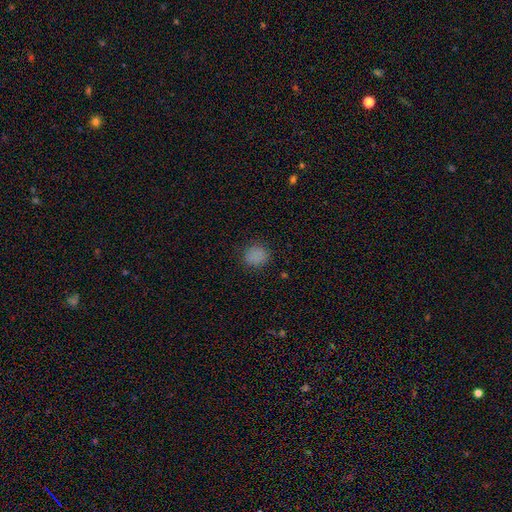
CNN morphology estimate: Smooth or featured? Predicted: smooth (p=0.83). How rounded? Predicted: round (p=0.78). Merging? Predicted: none (p=0.85).